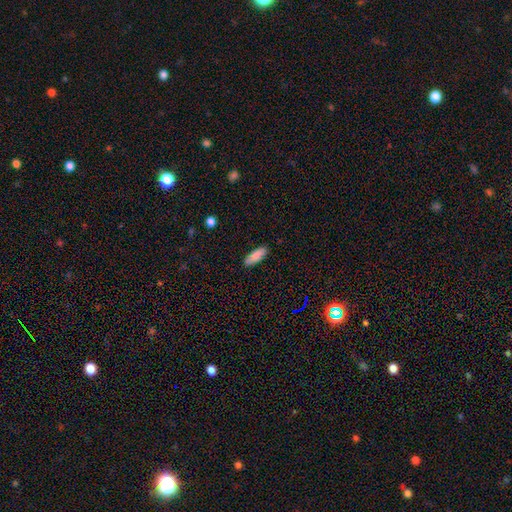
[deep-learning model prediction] Smooth or featured? Predicted: smooth (p=0.85). How rounded? Predicted: in between (p=0.64). Merging? Predicted: none (p=0.87).